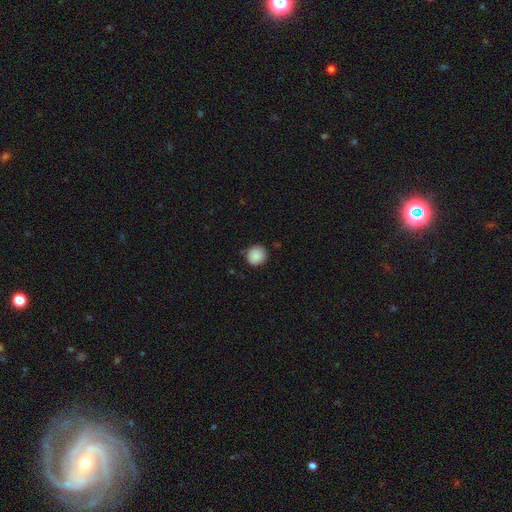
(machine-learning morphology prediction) smooth-or-featured: smooth: 89% | star or artifact: 8% | featured or disk: 3%
  how-rounded: round: 91% | in between: 8% | cigar-shaped: 1%
  merging: none: 86% | minor disturbance: 10% | major disturbance: 2% | merger: 1%